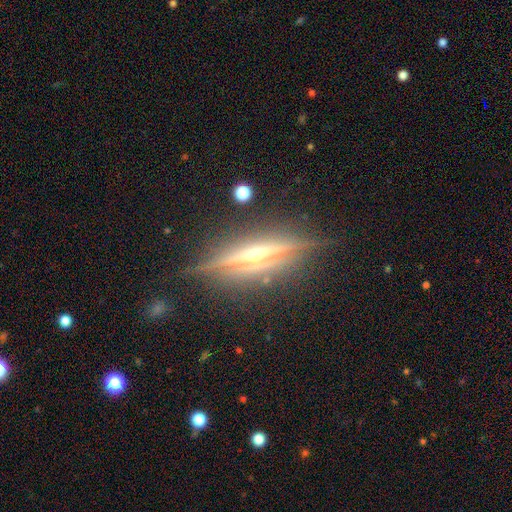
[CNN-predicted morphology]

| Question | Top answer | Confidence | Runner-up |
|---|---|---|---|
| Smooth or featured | featured or disk | 84% | smooth (9%) |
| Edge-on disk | yes | 96% | no (4%) |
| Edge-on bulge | rounded | 90% | none (6%) |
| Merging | none | 85% | minor disturbance (10%) |